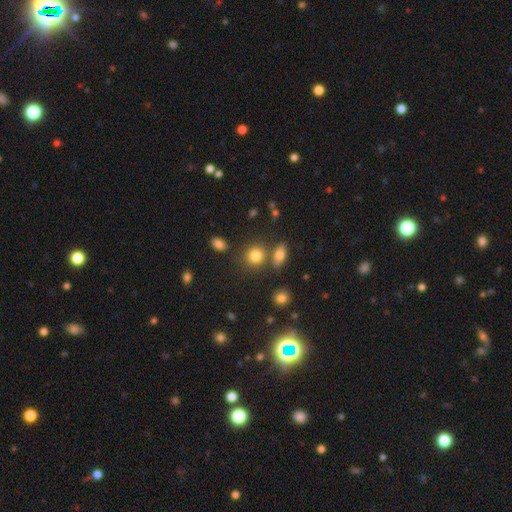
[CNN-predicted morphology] smooth 80%, star or artifact 13%, featured or disk 8%. Down the decision tree: how rounded — round (77%); merging — none (69%).